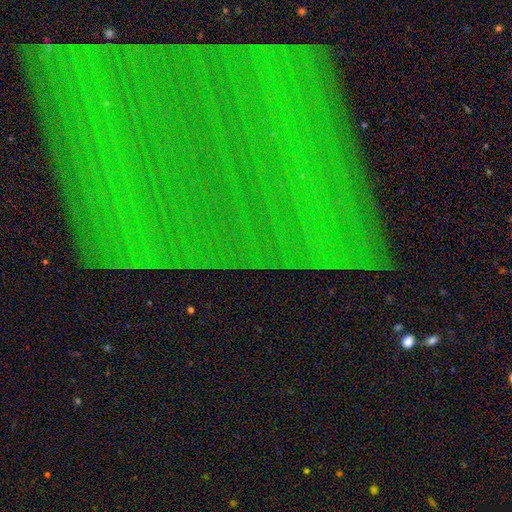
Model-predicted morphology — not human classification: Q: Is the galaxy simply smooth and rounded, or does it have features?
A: star or artifact — 85%.